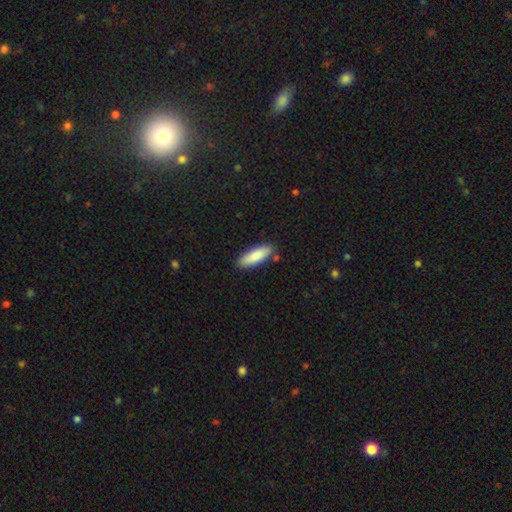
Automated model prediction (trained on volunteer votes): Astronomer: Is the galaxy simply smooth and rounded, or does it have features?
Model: smooth — 84%.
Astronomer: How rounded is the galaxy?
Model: in between — 53% (runner-up: cigar-shaped, 46%).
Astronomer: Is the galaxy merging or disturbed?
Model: none — 83%.